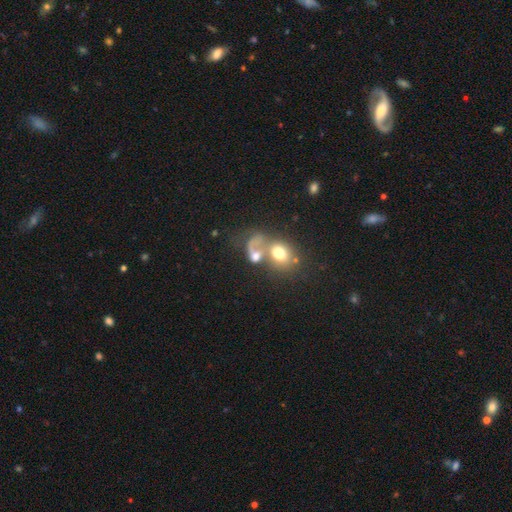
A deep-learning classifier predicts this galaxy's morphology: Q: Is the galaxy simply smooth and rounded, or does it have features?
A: smooth — 53%.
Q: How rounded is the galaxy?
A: round — 49%, tied with in between.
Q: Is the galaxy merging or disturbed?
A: merger — 58%.